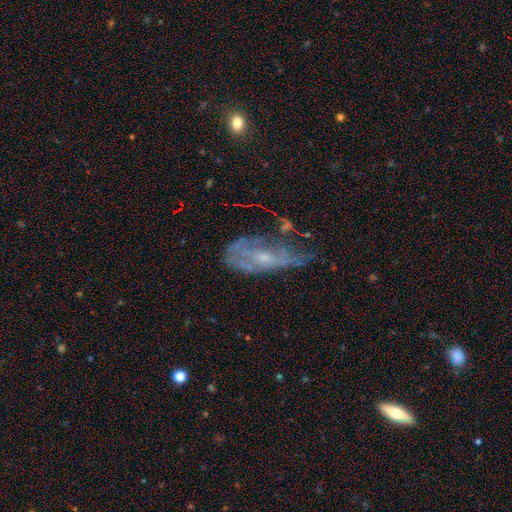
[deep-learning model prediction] Smooth or featured?
  - featured or disk: 60% *
  - smooth: 23%
  - star or artifact: 17%
Edge-on disk?
  - no: 81% *
  - yes: 19%
Merging?
  - none: 38% *
  - major disturbance: 29%
  - minor disturbance: 28%
  - merger: 6%